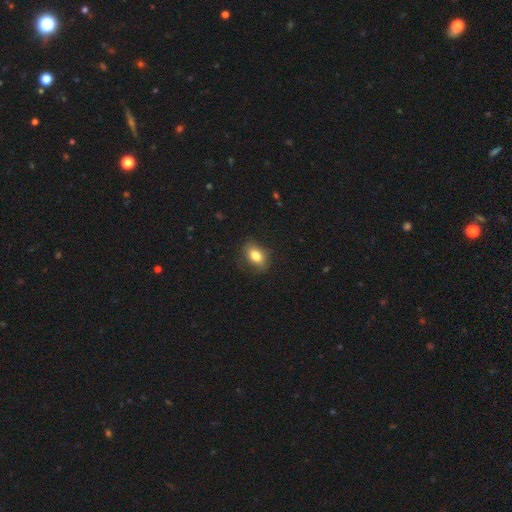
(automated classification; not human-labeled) A smooth galaxy with no disk features (81%) that is in between round and cigar-shaped (80%). Merging: none (80%).